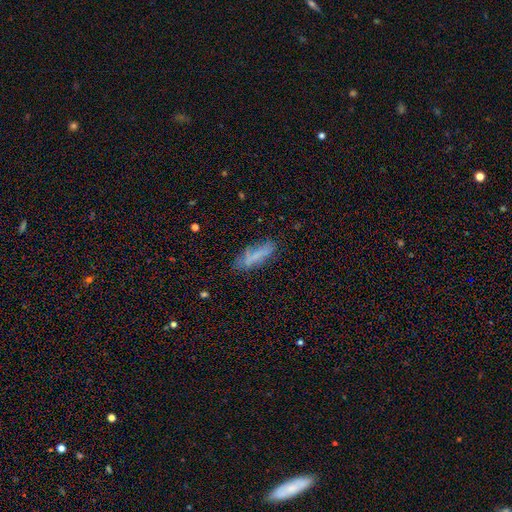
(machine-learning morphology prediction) Overall: smooth (63%; featured or disk 25%). How rounded: cigar-shaped (62%; in between 36%). Merging: none (62%; minor disturbance 24%).